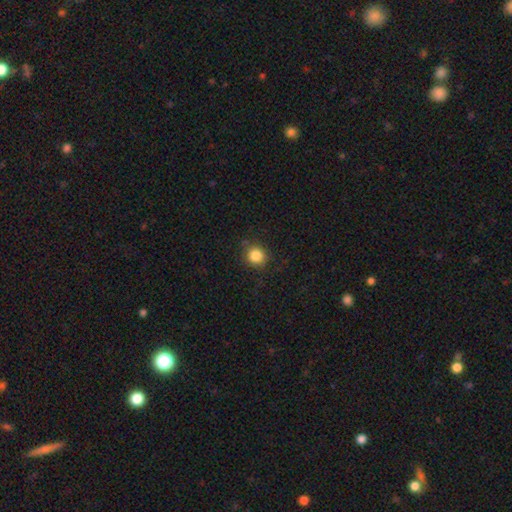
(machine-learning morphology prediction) Q: Smooth or featured?
A: smooth (85%); runner-up: star or artifact (11%)
Q: How rounded?
A: round (90%); runner-up: in between (9%)
Q: Merging?
A: none (85%); runner-up: minor disturbance (11%)